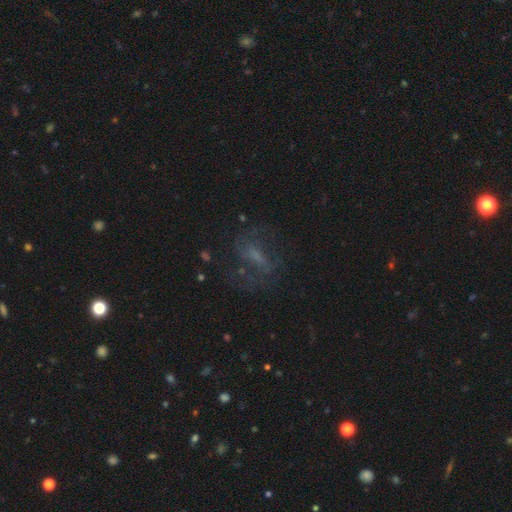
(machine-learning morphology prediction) A featured or disk galaxy (50%).

Vote fractions:
- Smooth or featured? featured or disk: 50% / smooth: 28% / star or artifact: 22%
- Merging? none: 62% / major disturbance: 19% / minor disturbance: 17% / merger: 2%